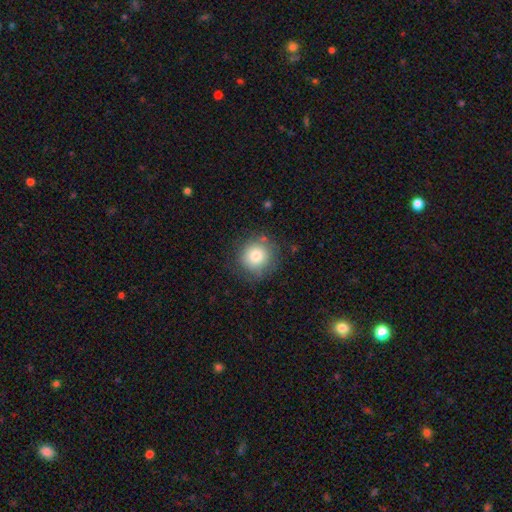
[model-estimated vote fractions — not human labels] This is likely a smooth galaxy (79%). How rounded: clearly round (93%). Merging: likely none (80%).